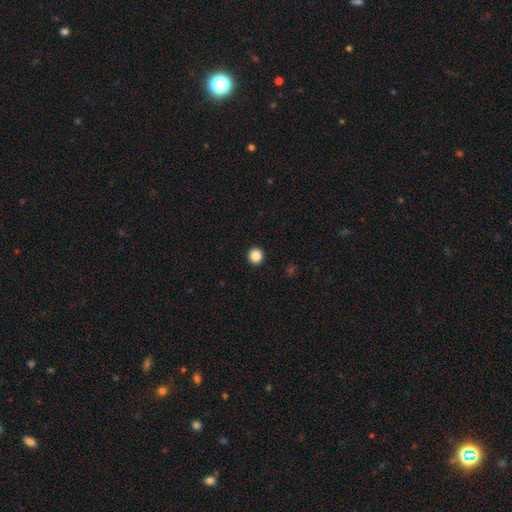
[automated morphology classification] A smooth galaxy with no disk features (87%) that is round (96%).

Vote fractions:
- Smooth or featured? smooth: 87% / star or artifact: 10% / featured or disk: 3%
- How rounded? round: 96% / in between: 3% / cigar-shaped: 1%
- Merging? none: 94% / minor disturbance: 4% / major disturbance: 1% / merger: 1%